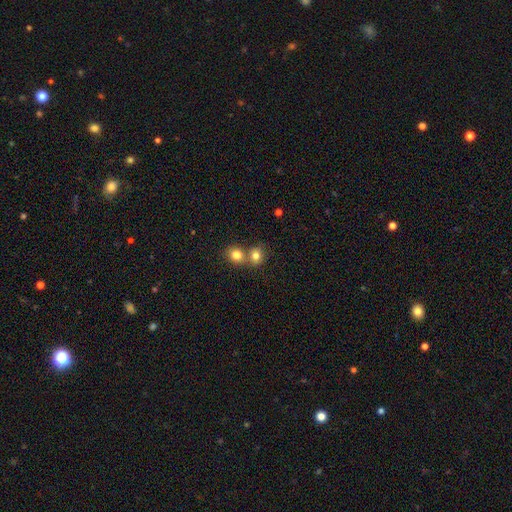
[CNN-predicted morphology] This is likely a smooth galaxy (79%). How rounded: likely round (75%). Merging: possibly none (46%).